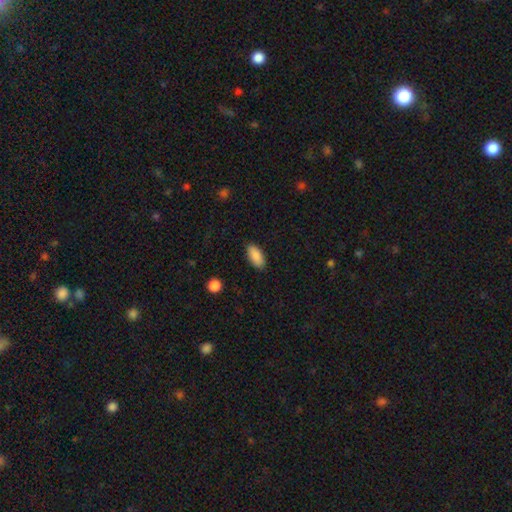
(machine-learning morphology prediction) A smooth galaxy with no disk features (89%) that is in between round and cigar-shaped (90%). Merging: none (88%).